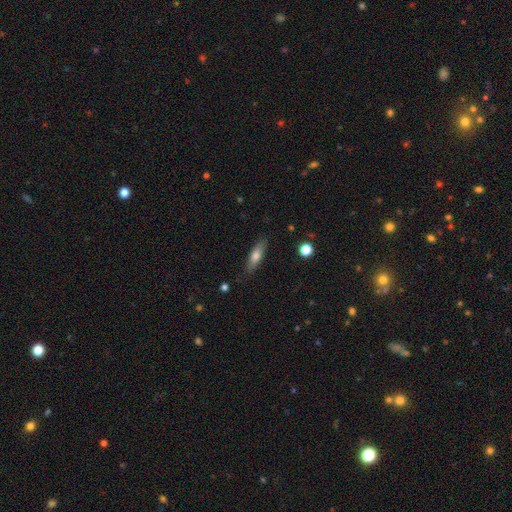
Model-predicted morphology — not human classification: smooth 68%, featured or disk 25%, star or artifact 7%. Down the decision tree: how rounded — cigar-shaped (58%); merging — none (85%).